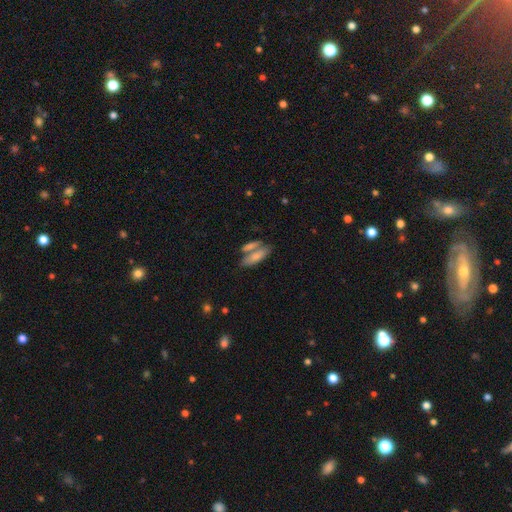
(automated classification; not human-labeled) The model was most divided on "merging": none: 43%, merger: 42%, minor disturbance: 11%, major disturbance: 4%. More confident: smooth or featured — smooth (75%); how rounded — in between (59%).